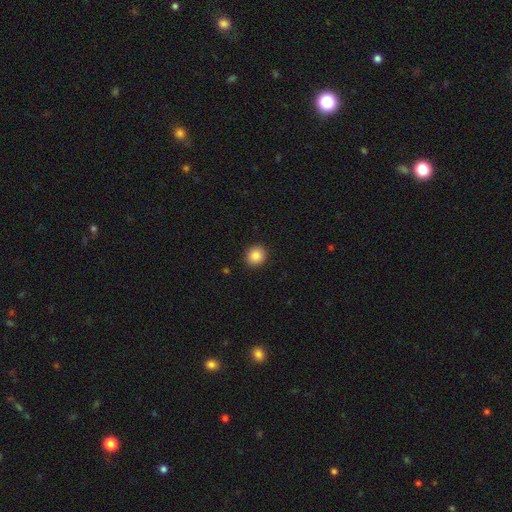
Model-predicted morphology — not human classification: Smooth or featured? Predicted: smooth (p=0.85). How rounded? Predicted: round (p=0.87). Merging? Predicted: none (p=0.92).